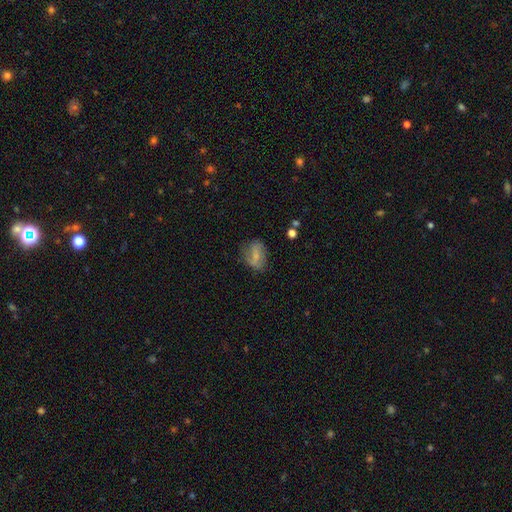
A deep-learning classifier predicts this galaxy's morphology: Q: Smooth or featured?
A: smooth (56%); runner-up: featured or disk (35%)
Q: How rounded?
A: in between (79%); runner-up: round (17%)
Q: Merging?
A: none (63%); runner-up: minor disturbance (25%)